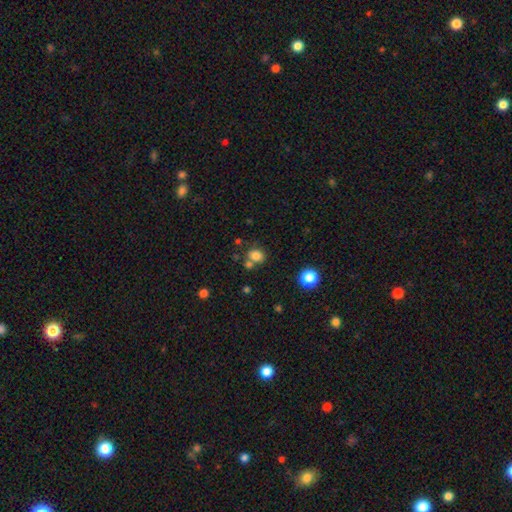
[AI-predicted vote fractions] A smooth galaxy with no disk features (80%) that is round (64%).

Vote fractions:
- Smooth or featured? smooth: 80% / star or artifact: 13% / featured or disk: 7%
- How rounded? round: 64% / in between: 35% / cigar-shaped: 1%
- Merging? none: 63% / merger: 22% / minor disturbance: 11% / major disturbance: 4%